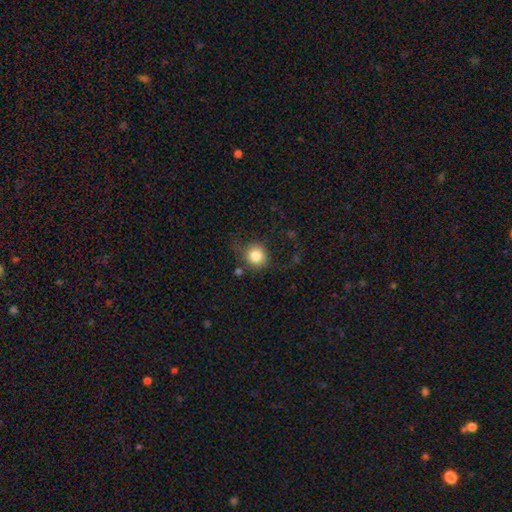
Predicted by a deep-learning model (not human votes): The model was most divided on "merging": none: 70%, minor disturbance: 18%, major disturbance: 9%, merger: 3%. More confident: how rounded — round (86%); smooth or featured — smooth (82%).